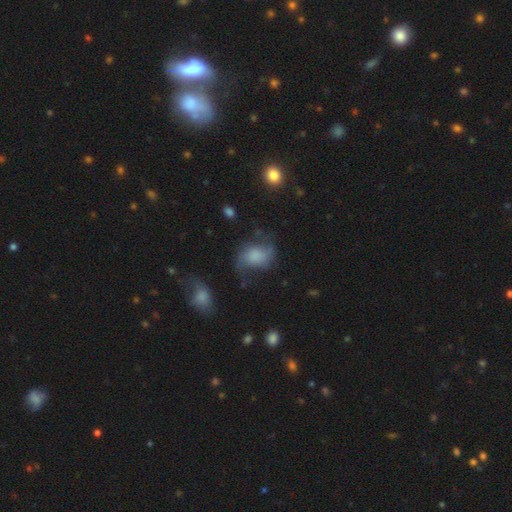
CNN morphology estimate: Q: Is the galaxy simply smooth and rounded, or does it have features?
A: smooth — 45%.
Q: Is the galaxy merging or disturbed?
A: none — 50%.